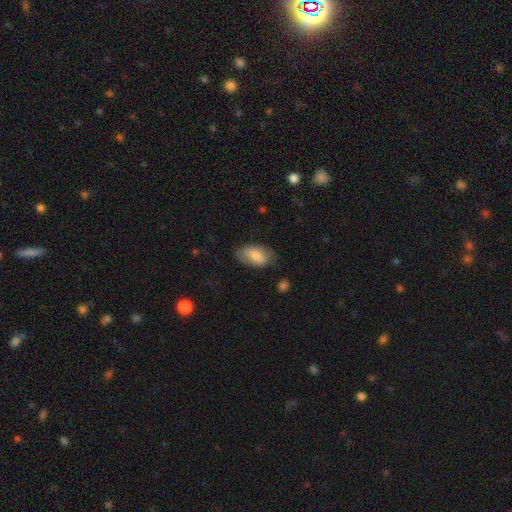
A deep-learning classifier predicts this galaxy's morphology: This is likely a smooth galaxy (71%). How rounded: clearly in between (93%). Merging: likely none (72%).